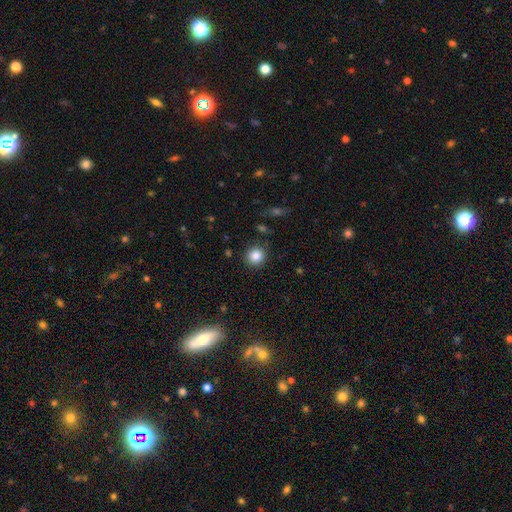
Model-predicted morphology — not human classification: Smooth or featured?
  - smooth: 85% *
  - star or artifact: 10%
  - featured or disk: 5%
How rounded?
  - round: 92% *
  - in between: 7%
  - cigar-shaped: 1%
Merging?
  - none: 90% *
  - minor disturbance: 6%
  - major disturbance: 2%
  - merger: 2%